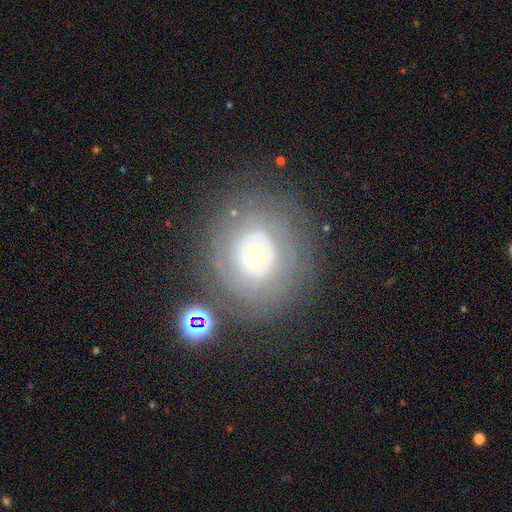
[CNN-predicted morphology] A featured or disk galaxy (63%) with no bar (88%), no spiral arms (61%) and a moderate central bulge (46%).

Vote fractions:
- Smooth or featured? featured or disk: 63% / smooth: 28% / star or artifact: 9%
- Edge-on disk? no: 96% / yes: 4%
- Bar? no: 88% / weak: 9% / strong: 4%
- Spiral arms? no: 61% / yes: 39%
- Bulge size? moderate: 46% / small: 45% / large: 6% / dominant: 2% / none: 1%
- Merging? none: 77% / minor disturbance: 12% / major disturbance: 8% / merger: 3%